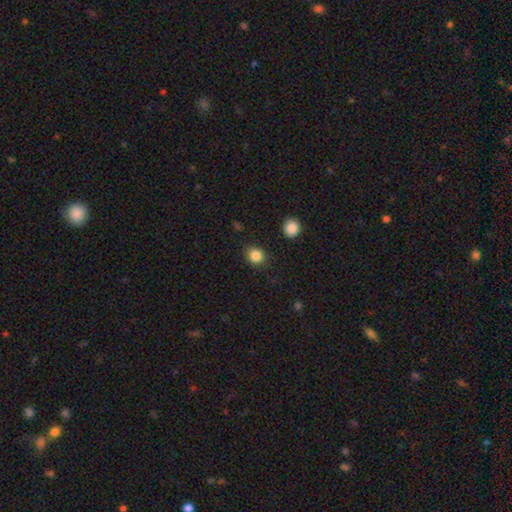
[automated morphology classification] Q: Smooth or featured?
A: smooth (85%); runner-up: star or artifact (11%)
Q: How rounded?
A: round (82%); runner-up: in between (17%)
Q: Merging?
A: none (87%); runner-up: minor disturbance (9%)